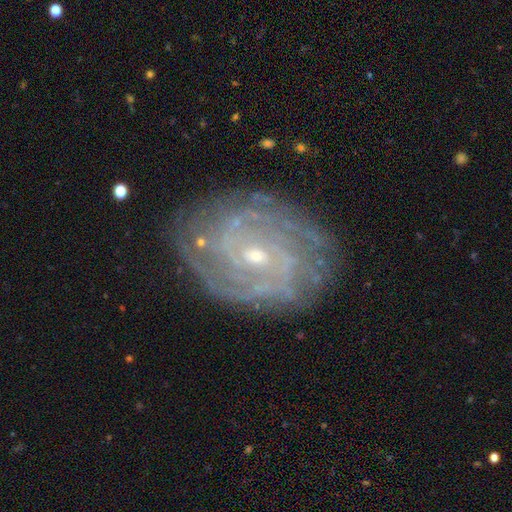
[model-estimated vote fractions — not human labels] Morphology: type=featured or disk (88%); edge-on=no (97%); bar=no (51%); spiral arms=yes (96%); winding=tight (73%); arm count=can't tell (29%); bulge=small (67%); merging=none (79%).